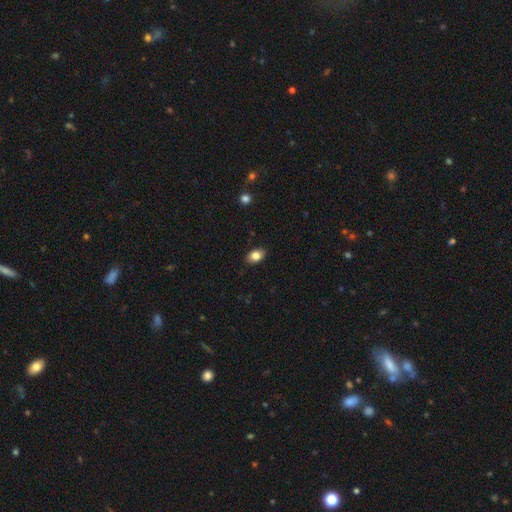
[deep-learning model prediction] smooth 83%, star or artifact 8%, featured or disk 8%. Down the decision tree: how rounded — in between (85%); merging — none (88%).